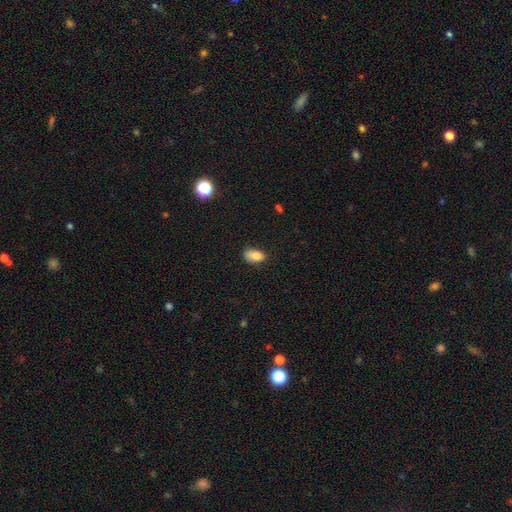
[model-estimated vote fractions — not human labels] This appears to be a smooth galaxy with no disk features (82%) that is in between round and cigar-shaped (89%). Merging: none (54%).